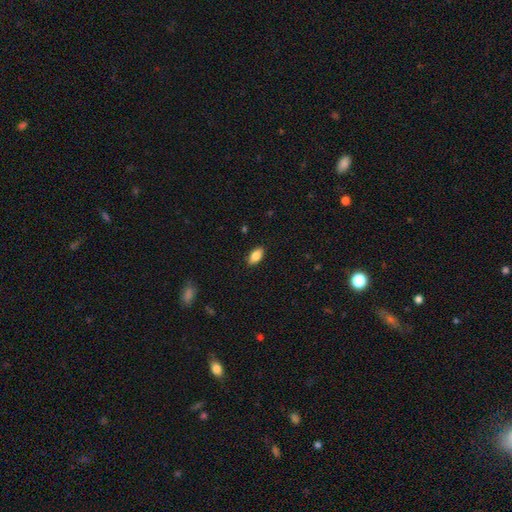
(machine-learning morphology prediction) A smooth galaxy with no disk features (84%) that is in between round and cigar-shaped (90%). Merging: none (88%).